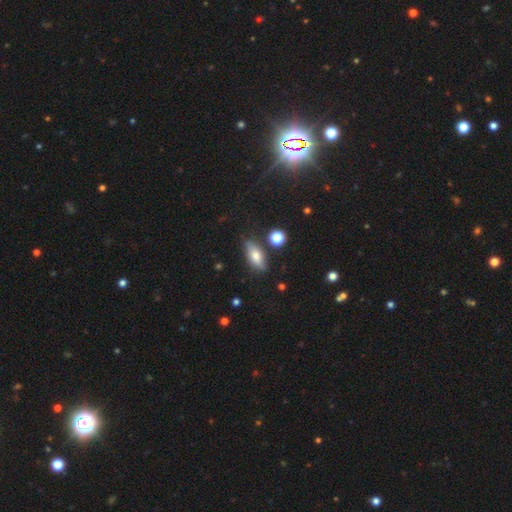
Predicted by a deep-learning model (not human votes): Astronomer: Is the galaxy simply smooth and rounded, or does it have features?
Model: smooth — 67%.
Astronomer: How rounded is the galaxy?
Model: in between — 76%.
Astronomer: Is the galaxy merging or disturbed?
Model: none — 75%.